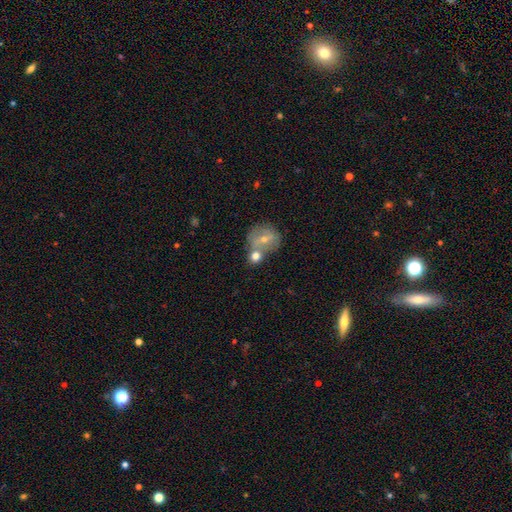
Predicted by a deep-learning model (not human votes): Q: Smooth or featured?
A: smooth (67%); runner-up: featured or disk (23%)
Q: How rounded?
A: round (79%); runner-up: in between (20%)
Q: Merging?
A: merger (45%); runner-up: none (42%)